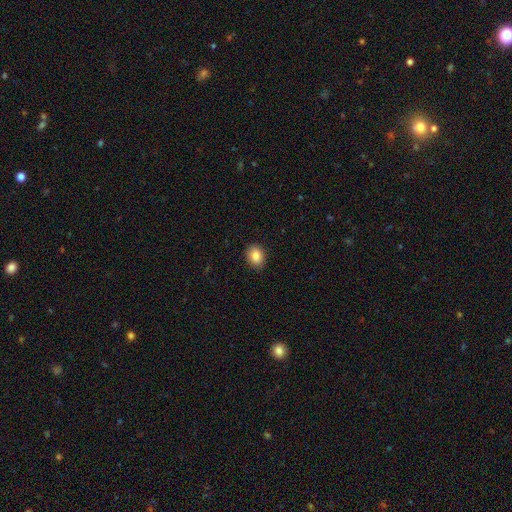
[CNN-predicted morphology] A smooth galaxy with no disk features (86%) that is in between round and cigar-shaped (58%). Merging: none (90%).